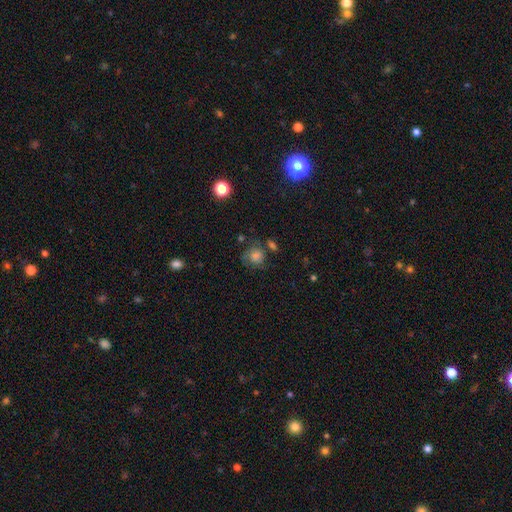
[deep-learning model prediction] Morphology: type=smooth (54%); roundness=round (79%); merging=none (58%).